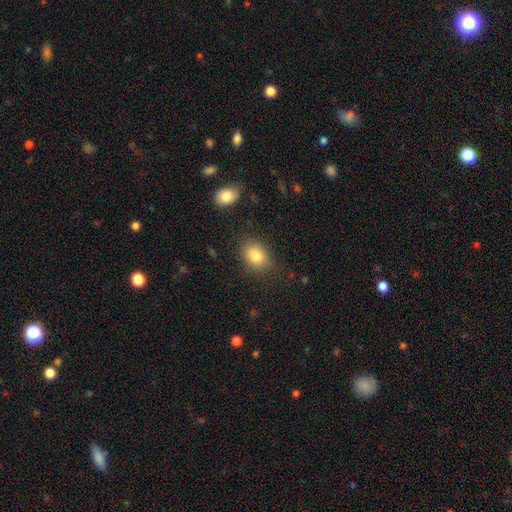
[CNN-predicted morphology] Overall: smooth (83%). How rounded: in between (62%; round 36%). Merging: none (80%).